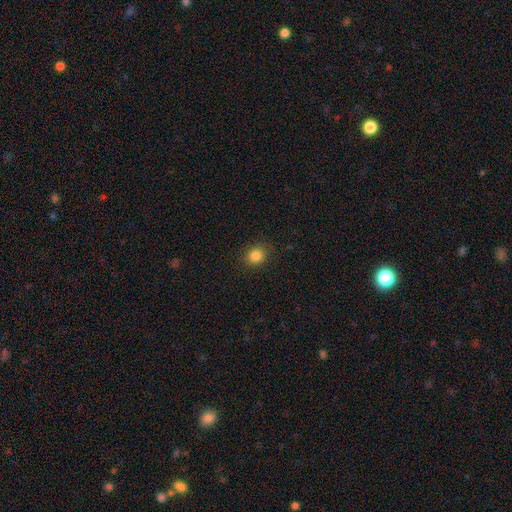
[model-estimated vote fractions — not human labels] smooth_or_featured: smooth (p=0.84) [alt: star or artifact p=0.11]
how_rounded: round (p=0.71) [alt: in between p=0.28]
merging: none (p=0.87) [alt: minor disturbance p=0.10]